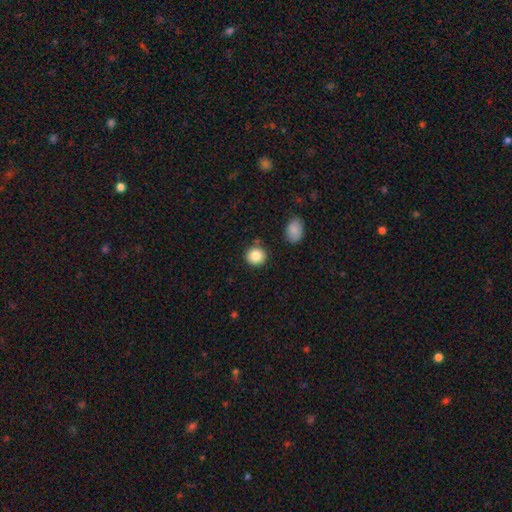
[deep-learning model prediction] A smooth galaxy with no disk features (86%) that is round (87%).

Vote fractions:
- Smooth or featured? smooth: 86% / star or artifact: 9% / featured or disk: 5%
- How rounded? round: 87% / in between: 12% / cigar-shaped: 1%
- Merging? none: 86% / minor disturbance: 8% / merger: 4% / major disturbance: 2%